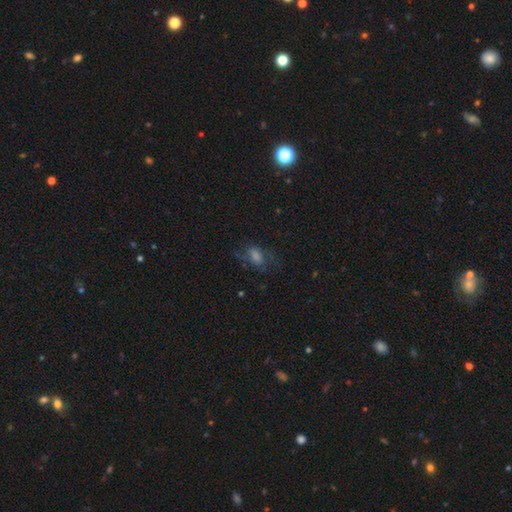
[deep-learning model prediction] Smooth or featured? Predicted: smooth (p=0.47). Merging? Predicted: none (p=0.57).